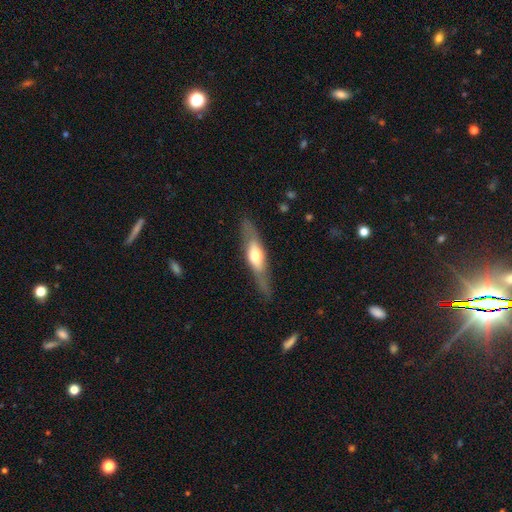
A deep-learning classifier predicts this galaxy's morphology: The model was most divided on "smooth or featured": featured or disk: 56%, smooth: 39%, star or artifact: 5%. More confident: merging — none (79%); edge-on disk — yes (76%).